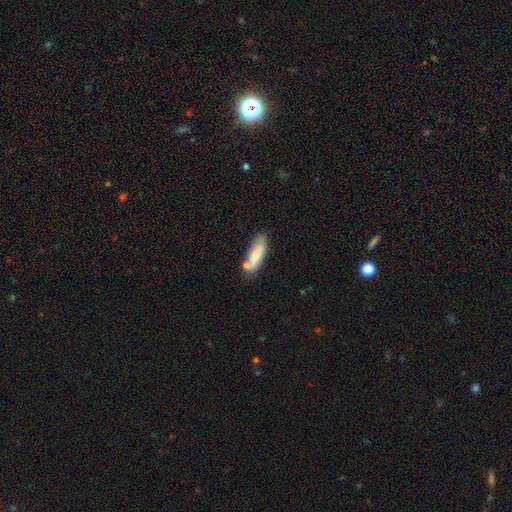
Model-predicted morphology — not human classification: The model was most divided on "how rounded": in between: 54%, cigar-shaped: 44%, round: 2%. More confident: smooth or featured — smooth (78%); merging — none (59%).